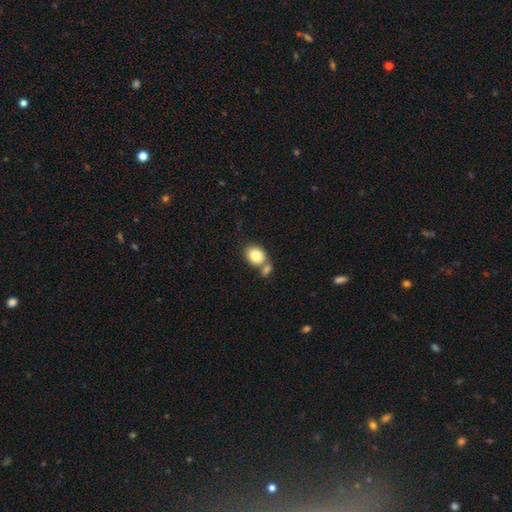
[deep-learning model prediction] Smooth or featured? Predicted: smooth (p=0.81). How rounded? Predicted: in between (p=0.58). Merging? Predicted: none (p=0.50).